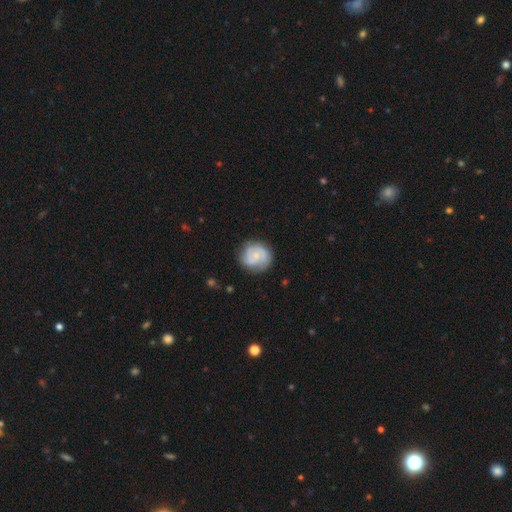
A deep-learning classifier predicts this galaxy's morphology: type=featured or disk (62%); edge-on=no (98%); bar=no (63%); spiral arms=yes (90%); winding=tight (45%); arm count=2 (58%); bulge=small (63%); merging=none (77%).